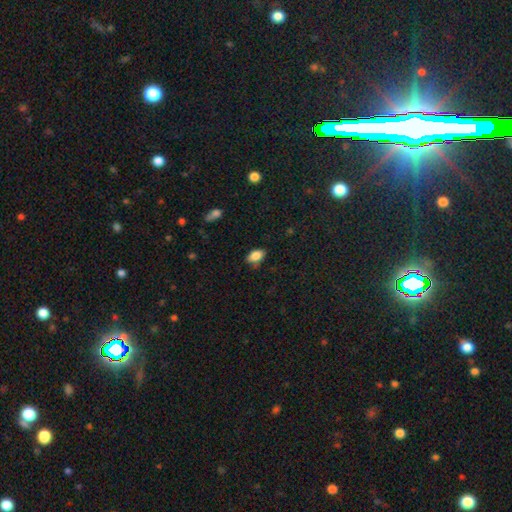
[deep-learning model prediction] This appears to be a smooth galaxy with no disk features (85%) that is in between round and cigar-shaped (91%). Merging: none (75%).